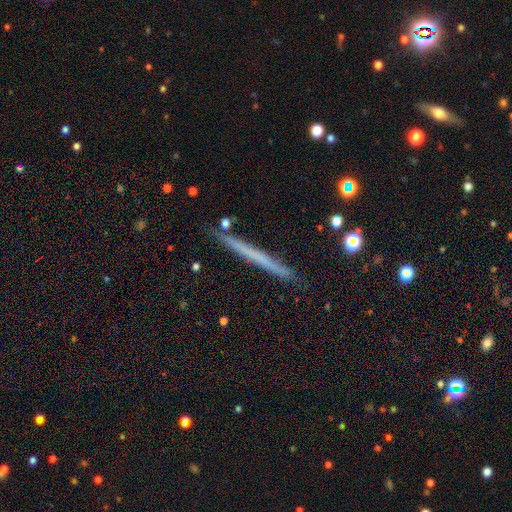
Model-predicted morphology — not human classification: The model was most divided on "smooth or featured": smooth: 50%, featured or disk: 43%, star or artifact: 8%. More confident: merging — none (90%).